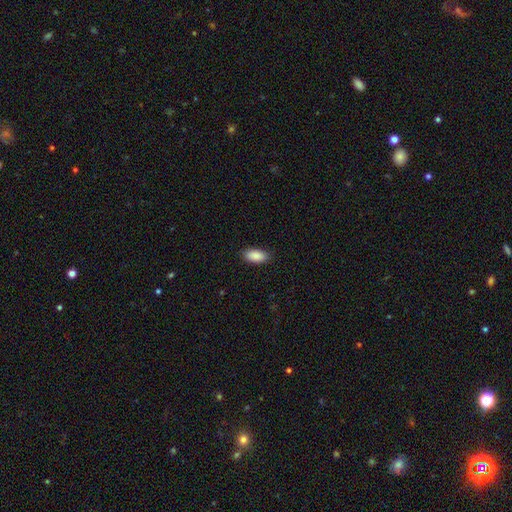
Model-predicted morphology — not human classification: Overall: smooth (89%). How rounded: in between (92%). Merging: none (88%).